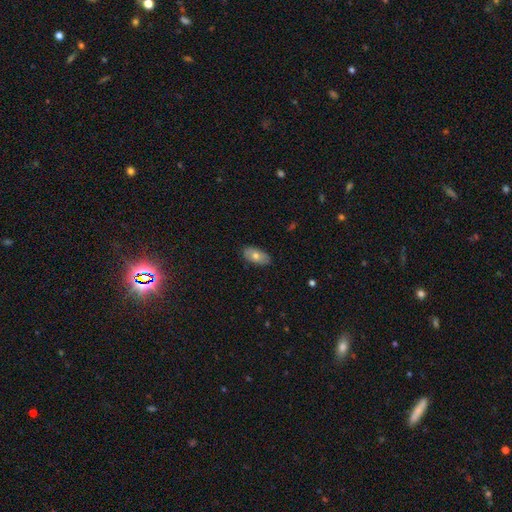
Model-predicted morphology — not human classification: This is likely a smooth galaxy (63%). How rounded: clearly in between (92%). Merging: clearly none (83%).